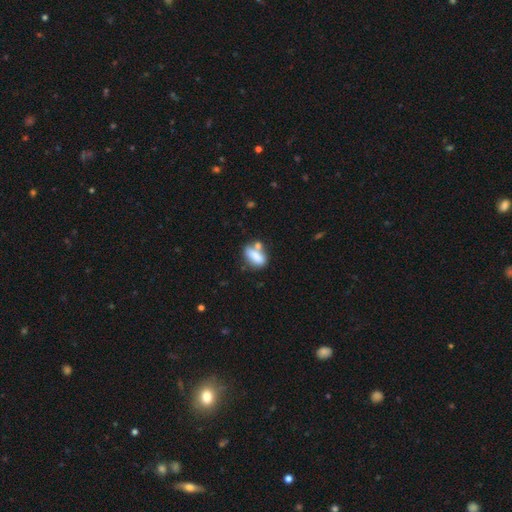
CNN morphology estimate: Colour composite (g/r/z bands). It shows a smooth galaxy with no disk features (75%) that is in between round and cigar-shaped (72%). Merging: none (46%).